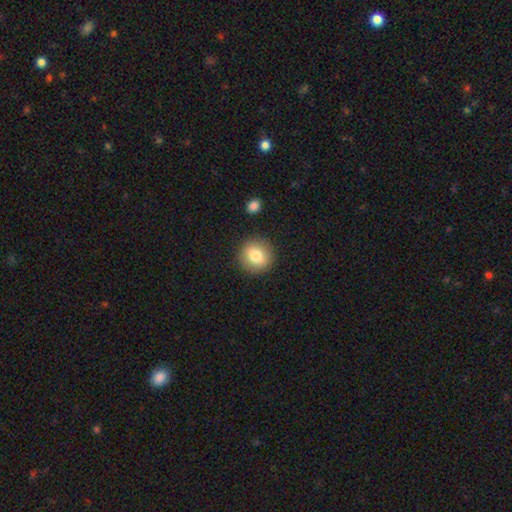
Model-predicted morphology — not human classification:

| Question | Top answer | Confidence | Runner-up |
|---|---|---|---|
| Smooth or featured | smooth | 80% | featured or disk (11%) |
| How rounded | round | 91% | in between (8%) |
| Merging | none | 89% | minor disturbance (7%) |